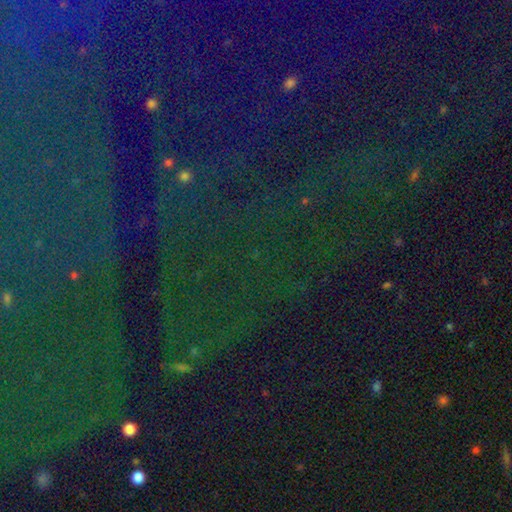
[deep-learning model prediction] Smooth or featured: star or artifact — 84% (smooth — 8%)